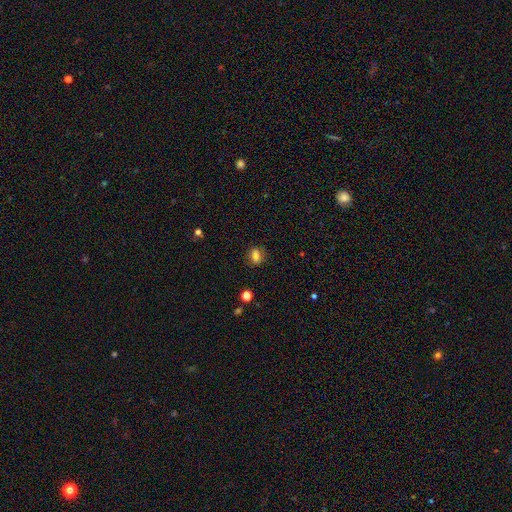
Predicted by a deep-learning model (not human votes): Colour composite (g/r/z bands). It shows a smooth galaxy with no disk features (81%) that is in between round and cigar-shaped (71%). Merging: none (83%).